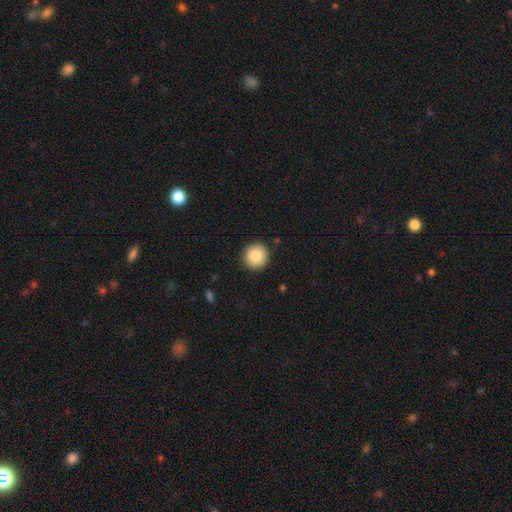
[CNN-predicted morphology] Smooth or featured: smooth — 88% (star or artifact — 8%)
How rounded: round — 94% (in between — 5%)
Merging: none — 92% (minor disturbance — 6%)